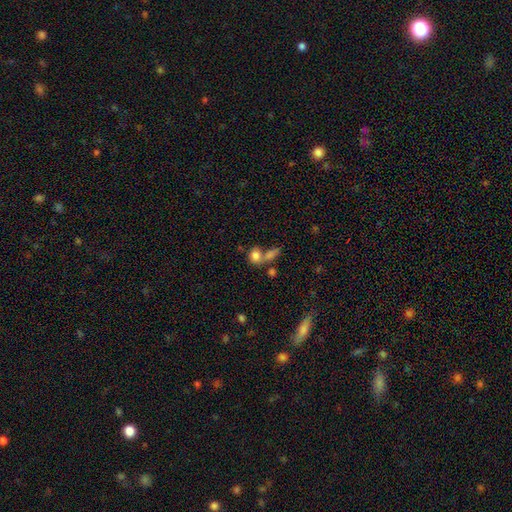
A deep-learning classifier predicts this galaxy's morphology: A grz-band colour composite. It shows a smooth galaxy with no disk features (79%) that is round (62%). Merging: merger (44%).